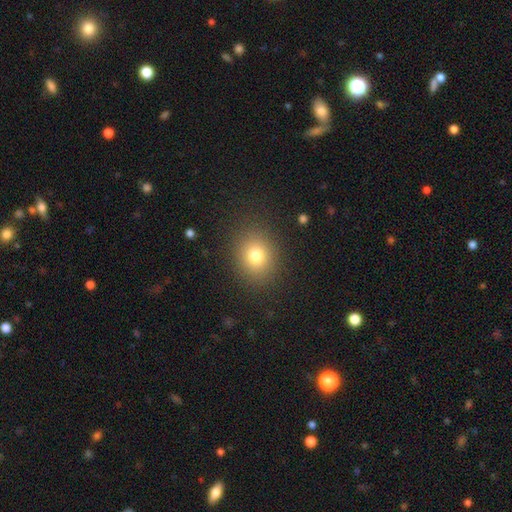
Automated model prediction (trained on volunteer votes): Overall: smooth (78%). How rounded: round (63%; in between 36%). Merging: none (87%).